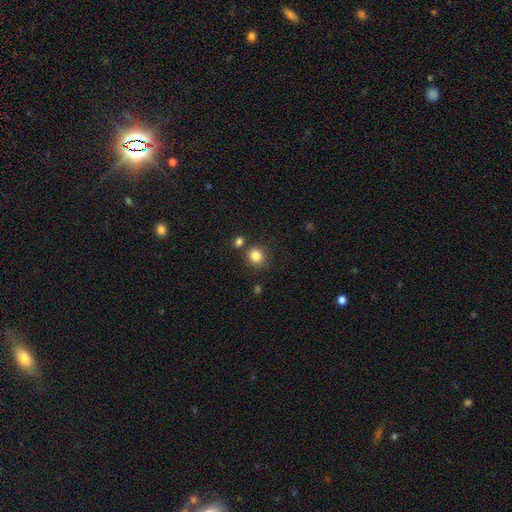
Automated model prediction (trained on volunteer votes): Q: Smooth or featured?
A: smooth (84%); runner-up: star or artifact (11%)
Q: How rounded?
A: round (82%); runner-up: in between (17%)
Q: Merging?
A: none (76%); runner-up: merger (11%)